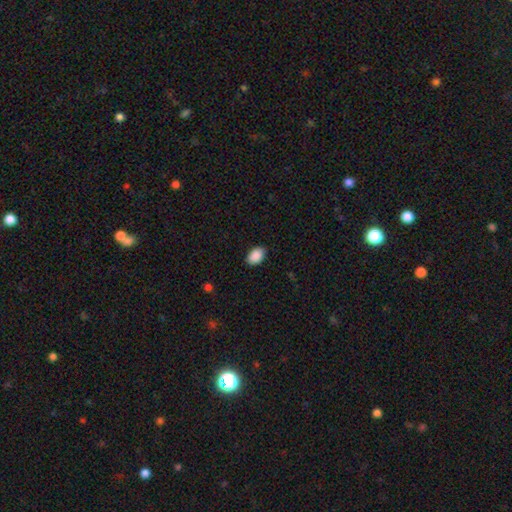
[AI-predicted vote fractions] smooth-or-featured: smooth: 90% | star or artifact: 7% | featured or disk: 3%
  how-rounded: in between: 89% | round: 9% | cigar-shaped: 1%
  merging: none: 88% | minor disturbance: 9% | major disturbance: 2% | merger: 1%